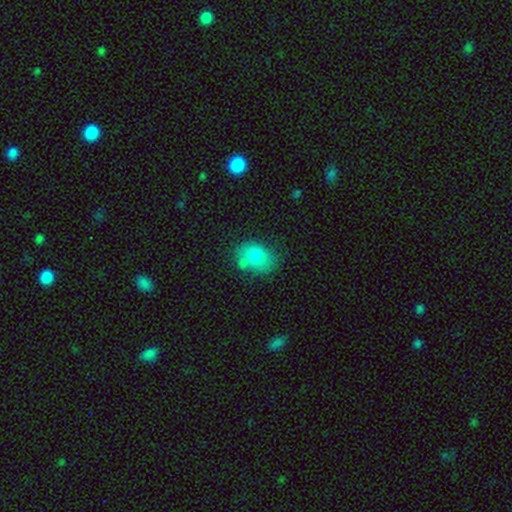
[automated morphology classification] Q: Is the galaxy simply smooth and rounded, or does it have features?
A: smooth — 77%.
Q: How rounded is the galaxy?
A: in between — 67%.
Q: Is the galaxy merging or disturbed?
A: none — 50%.